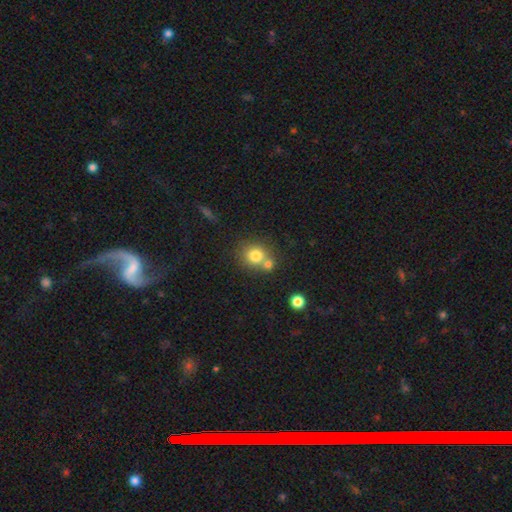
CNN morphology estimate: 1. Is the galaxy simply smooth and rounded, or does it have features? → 79% smooth, 11% star or artifact, 10% featured or disk.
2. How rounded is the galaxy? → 82% round, 17% in between, 1% cigar-shaped.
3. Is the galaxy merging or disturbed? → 53% none, 35% merger, 9% minor disturbance, 3% major disturbance.